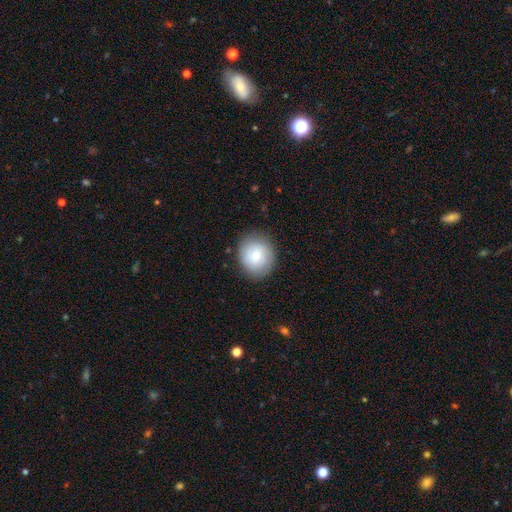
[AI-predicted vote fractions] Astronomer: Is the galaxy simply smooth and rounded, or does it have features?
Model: smooth — 70%.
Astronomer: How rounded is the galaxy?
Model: round — 80%.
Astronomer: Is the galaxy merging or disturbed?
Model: none — 85%.